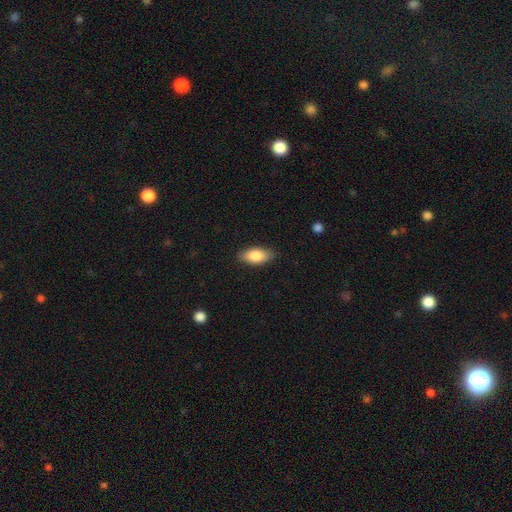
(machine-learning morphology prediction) Smooth or featured: smooth — 83% (featured or disk — 11%)
How rounded: in between — 88% (cigar-shaped — 9%)
Merging: none — 86% (minor disturbance — 11%)